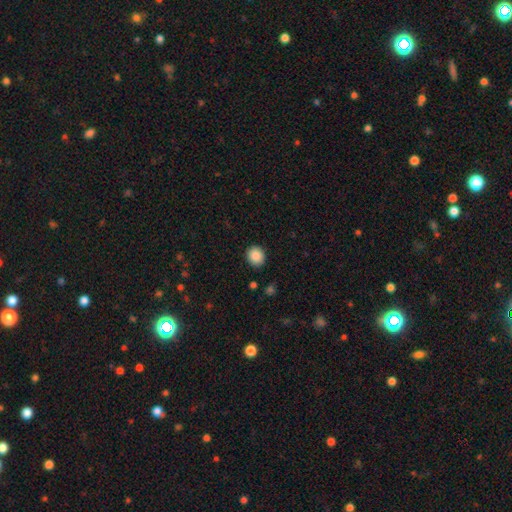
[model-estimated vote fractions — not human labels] A smooth galaxy with no disk features (89%) that is round (79%). Merging: none (90%).